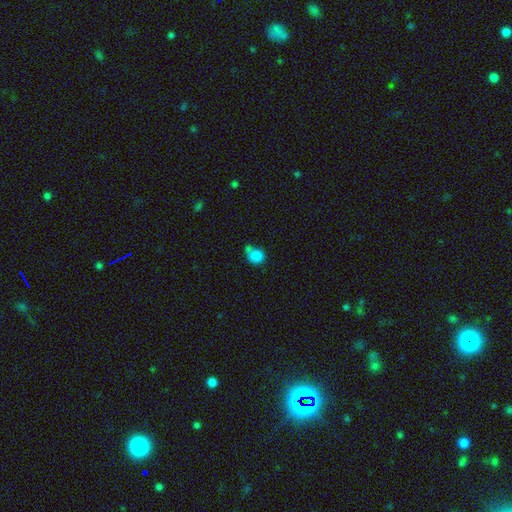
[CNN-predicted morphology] The model was most divided on "merging": none: 44%, merger: 31%, minor disturbance: 17%, major disturbance: 7%. More confident: smooth or featured — smooth (85%); how rounded — round (76%).